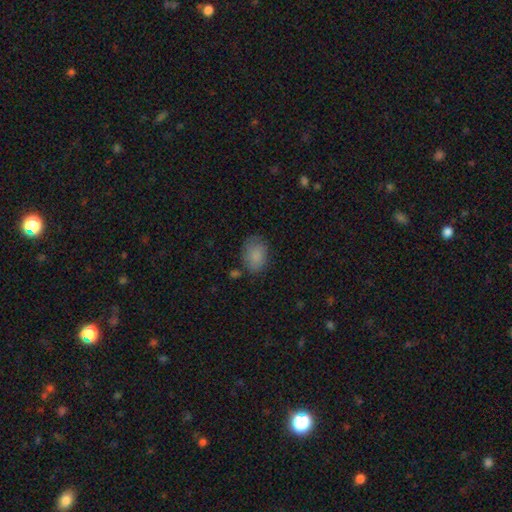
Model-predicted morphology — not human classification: A smooth galaxy with no disk features (85%) that is in between round and cigar-shaped (77%).

Vote fractions:
- Smooth or featured? smooth: 85% / star or artifact: 8% / featured or disk: 7%
- How rounded? in between: 77% / round: 21% / cigar-shaped: 1%
- Merging? none: 68% / minor disturbance: 22% / major disturbance: 6% / merger: 4%